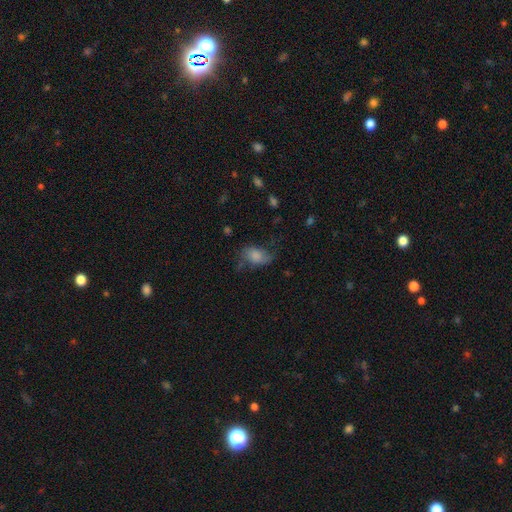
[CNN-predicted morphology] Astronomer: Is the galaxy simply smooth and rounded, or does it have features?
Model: smooth — 69%.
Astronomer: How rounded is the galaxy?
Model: in between — 84%.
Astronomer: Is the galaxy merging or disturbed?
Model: none — 45% (runner-up: minor disturbance, 31%).